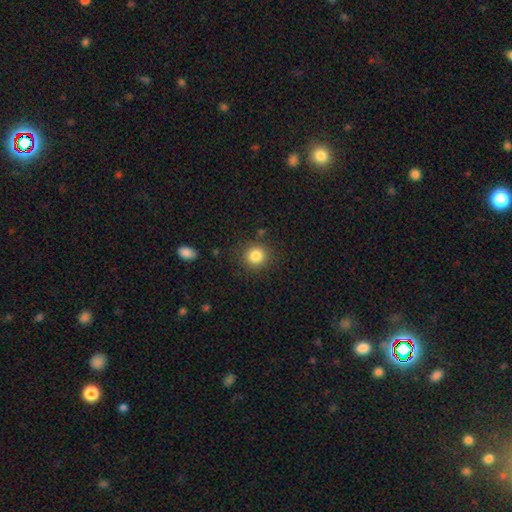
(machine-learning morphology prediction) Smooth or featured: smooth — 84% (star or artifact — 11%)
How rounded: round — 91% (in between — 8%)
Merging: none — 87% (minor disturbance — 8%)